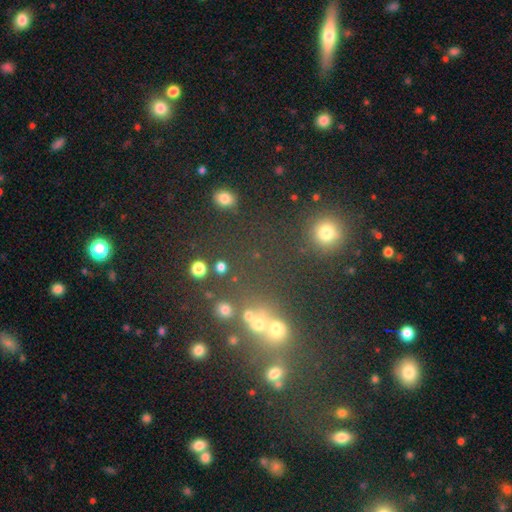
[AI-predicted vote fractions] Morphology: type=star or artifact (46%).